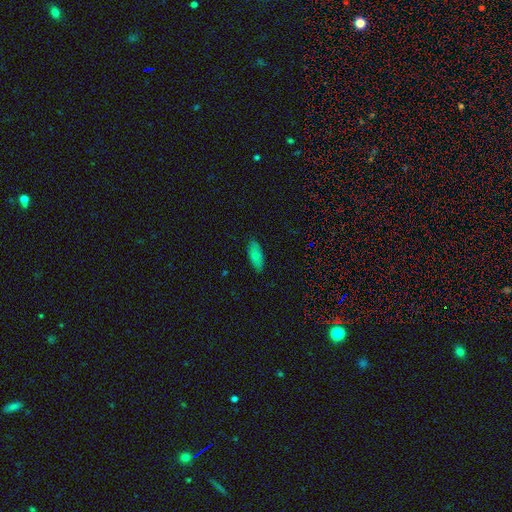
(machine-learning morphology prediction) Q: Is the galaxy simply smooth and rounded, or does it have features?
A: smooth — 77%.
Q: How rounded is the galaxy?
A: in between — 80%.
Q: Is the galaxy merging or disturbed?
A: none — 85%.